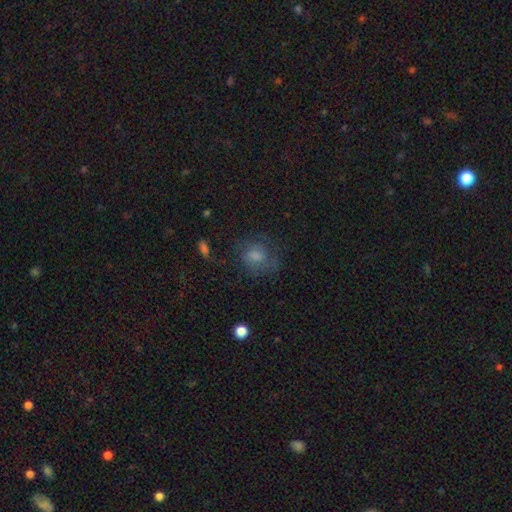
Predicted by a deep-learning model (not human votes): This appears to be a smooth galaxy with no disk features (45%). Merging: none (63%).